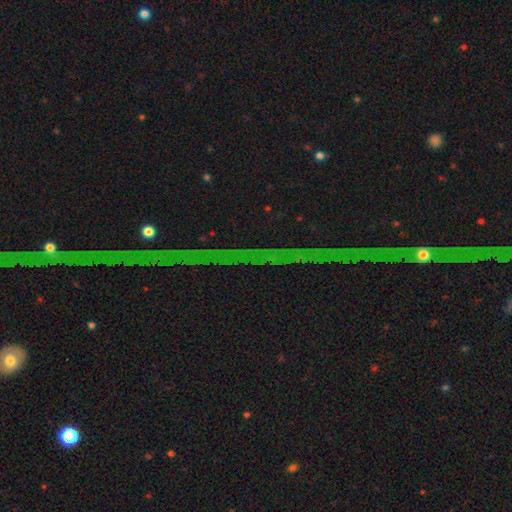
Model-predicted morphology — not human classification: type=star or artifact (81%).